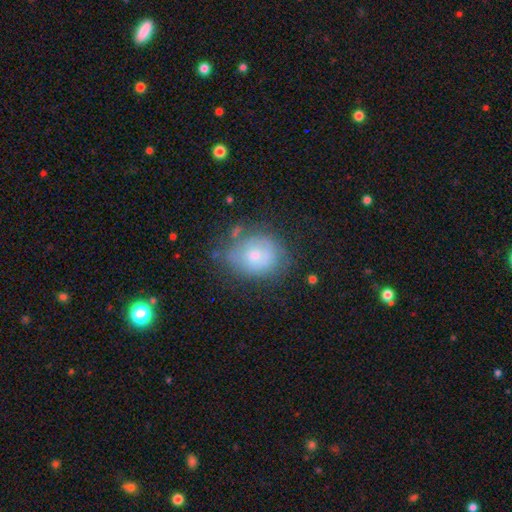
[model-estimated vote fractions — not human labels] A smooth galaxy with no disk features (61%) that is round (51%).

Vote fractions:
- Smooth or featured? smooth: 61% / featured or disk: 30% / star or artifact: 10%
- How rounded? round: 51% / in between: 48% / cigar-shaped: 1%
- Merging? none: 57% / minor disturbance: 28% / major disturbance: 11% / merger: 4%